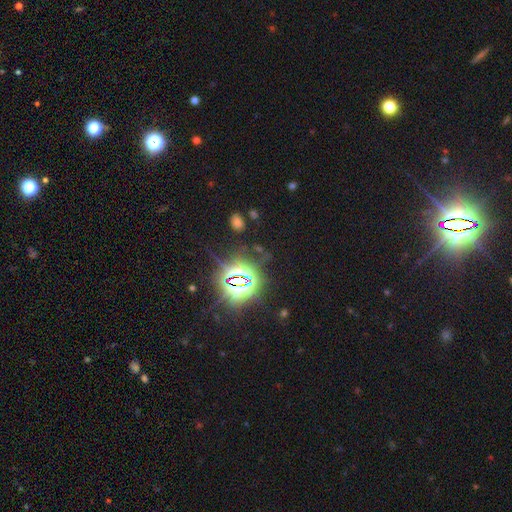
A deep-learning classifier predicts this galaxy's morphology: The model was most divided on "smooth or featured": star or artifact: 81%, smooth: 12%, featured or disk: 7%.